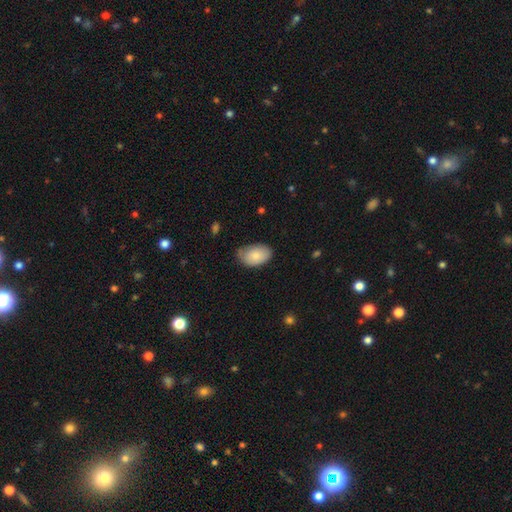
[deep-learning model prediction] Morphology: type=smooth (81%); roundness=in between (91%); merging=none (63%).